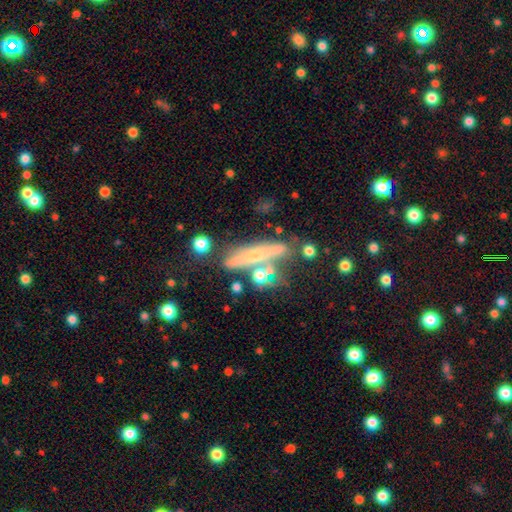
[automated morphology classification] Smooth or featured?
  - featured or disk: 56% *
  - smooth: 33%
  - star or artifact: 10%
Edge-on disk?
  - yes: 73% *
  - no: 27%
Merging?
  - none: 47% *
  - merger: 24%
  - minor disturbance: 18%
  - major disturbance: 10%